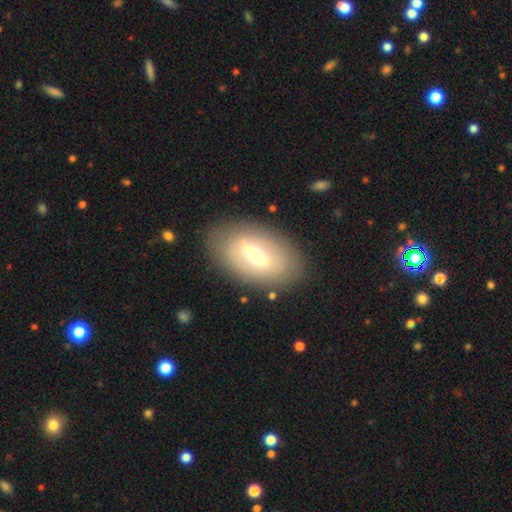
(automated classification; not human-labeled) Q: Smooth or featured?
A: featured or disk (56%); runner-up: smooth (36%)
Q: Edge-on disk?
A: no (79%); runner-up: yes (21%)
Q: Merging?
A: none (81%); runner-up: minor disturbance (12%)